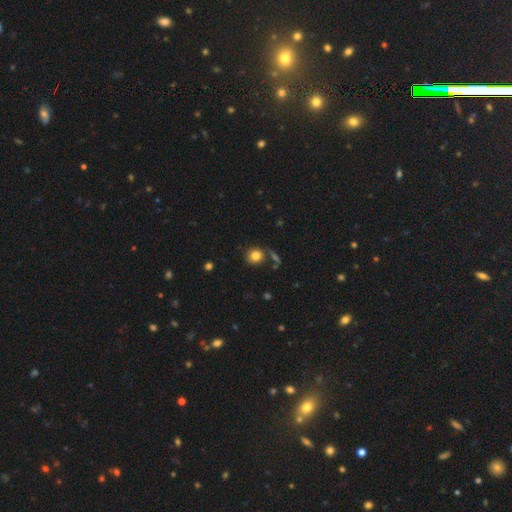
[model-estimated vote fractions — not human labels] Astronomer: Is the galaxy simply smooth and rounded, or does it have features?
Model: smooth — 82%.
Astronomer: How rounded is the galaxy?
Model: round — 84%.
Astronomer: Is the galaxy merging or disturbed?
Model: none — 76%.